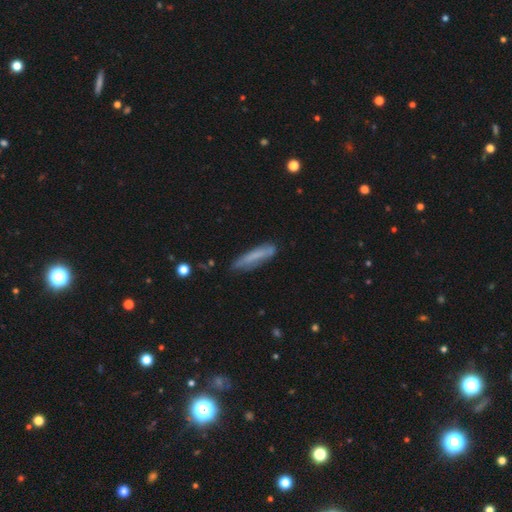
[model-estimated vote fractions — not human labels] A smooth galaxy with no disk features (64%) that is cigar-shaped (83%).

Vote fractions:
- Smooth or featured? smooth: 64% / featured or disk: 28% / star or artifact: 8%
- How rounded? cigar-shaped: 83% / in between: 16% / round: 1%
- Merging? none: 69% / minor disturbance: 23% / major disturbance: 5% / merger: 3%